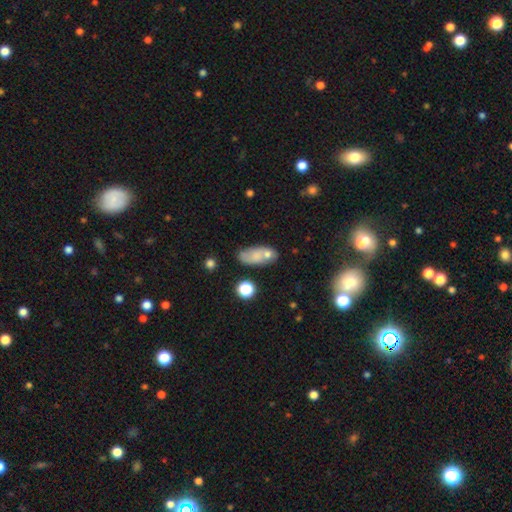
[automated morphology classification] This appears to be a smooth galaxy with no disk features (65%) that is in between round and cigar-shaped (84%). Merging: none (45%).